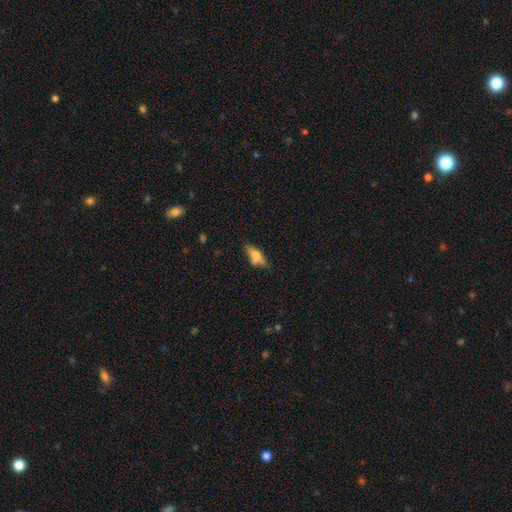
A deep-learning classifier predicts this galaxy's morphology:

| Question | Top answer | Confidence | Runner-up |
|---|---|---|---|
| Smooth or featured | smooth | 50% | featured or disk (42%) |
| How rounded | in between | 50% | cigar-shaped (47%) |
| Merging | none | 62% | minor disturbance (21%) |